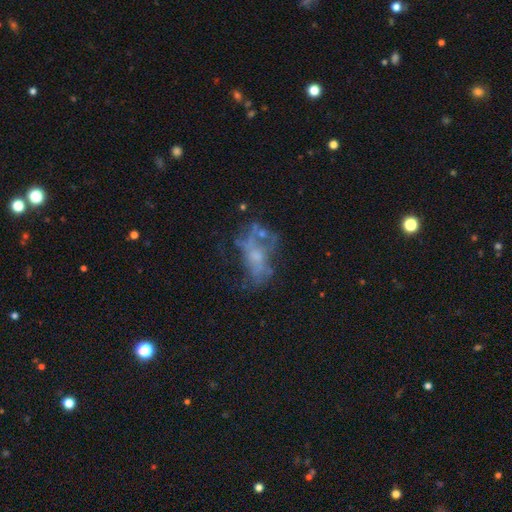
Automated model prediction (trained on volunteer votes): featured or disk 60%, smooth 22%, star or artifact 18%. Down the decision tree: edge-on disk — no (95%); bar — no (81%); spiral arms — no (78%); bulge size — small (34%); merging — none (41%).